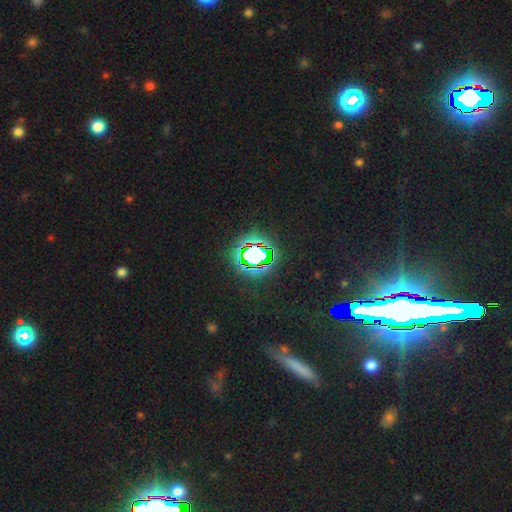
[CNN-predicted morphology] smooth-or-featured: star or artifact: 72% | smooth: 17% | featured or disk: 11%